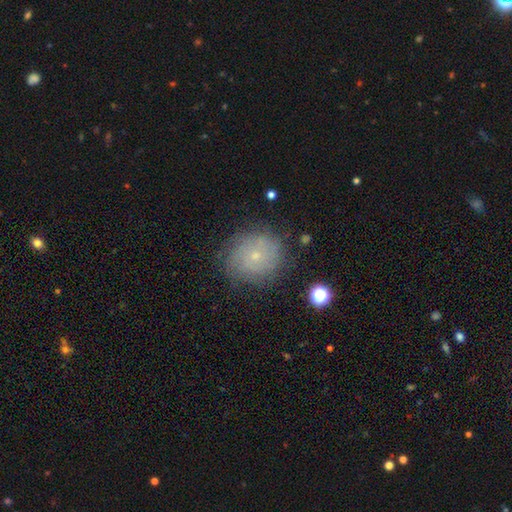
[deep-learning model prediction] This is possibly a featured or disk galaxy (45%). Merging: likely none (78%).